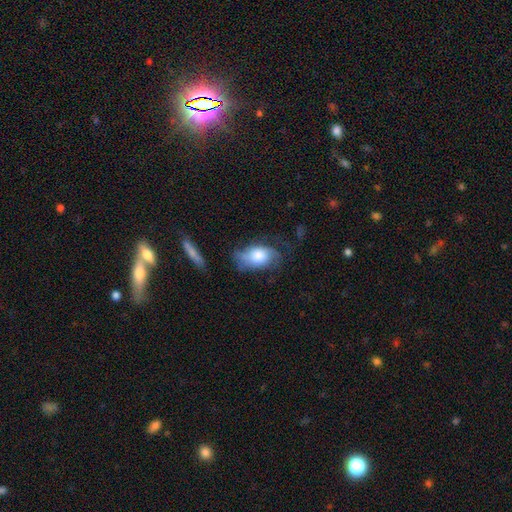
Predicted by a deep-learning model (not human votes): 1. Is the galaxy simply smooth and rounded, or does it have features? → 60% smooth, 33% featured or disk, 7% star or artifact.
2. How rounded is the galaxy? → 88% in between, 9% round, 2% cigar-shaped.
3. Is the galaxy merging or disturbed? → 44% none, 30% minor disturbance, 22% major disturbance, 4% merger.